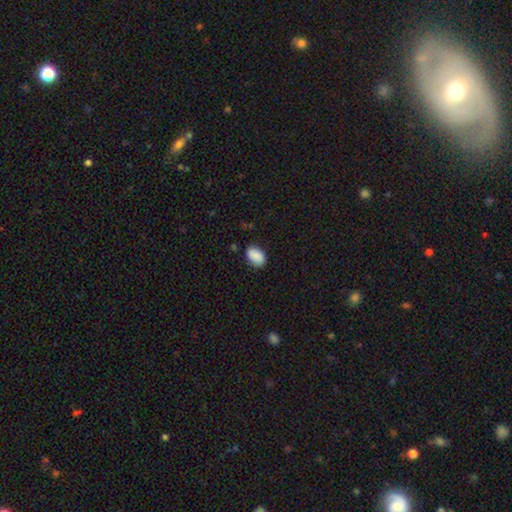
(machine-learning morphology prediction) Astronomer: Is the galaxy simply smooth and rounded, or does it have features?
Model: smooth — 85%.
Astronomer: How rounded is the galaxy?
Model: in between — 86%.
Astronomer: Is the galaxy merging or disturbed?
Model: none — 79%.